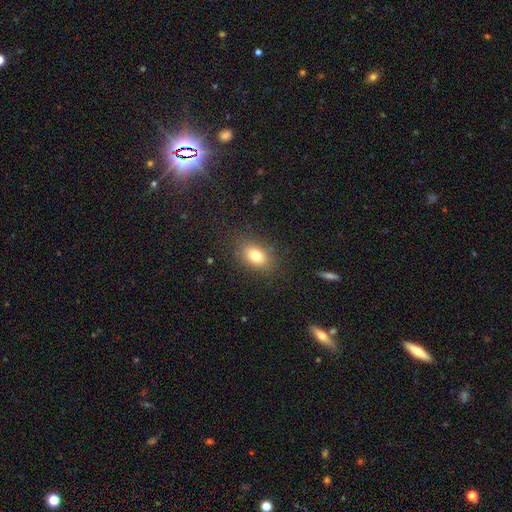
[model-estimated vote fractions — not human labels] Smooth or featured? Predicted: smooth (p=0.79). How rounded? Predicted: in between (p=0.79). Merging? Predicted: none (p=0.84).